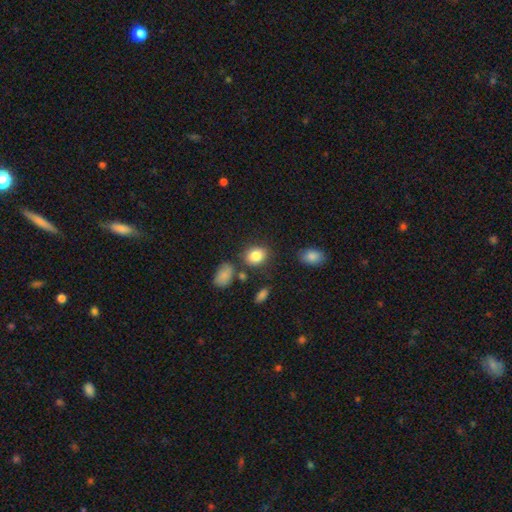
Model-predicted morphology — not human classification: Q: Smooth or featured?
A: smooth (84%); runner-up: star or artifact (9%)
Q: How rounded?
A: round (50%); runner-up: in between (49%)
Q: Merging?
A: none (75%); runner-up: minor disturbance (14%)